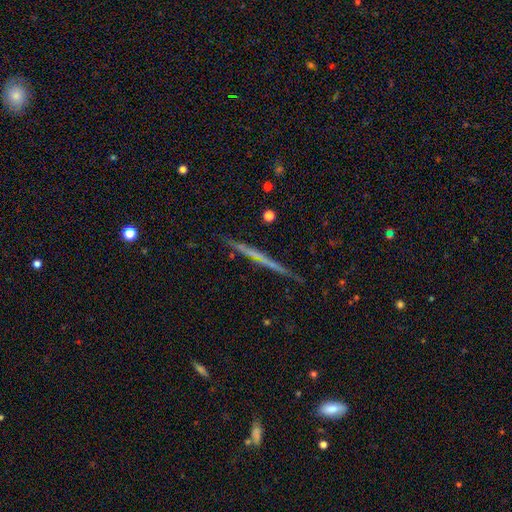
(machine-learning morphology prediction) A featured or disk galaxy (62%) viewed edge-on (97%) with no central bulge (86%). Merging: none (89%).